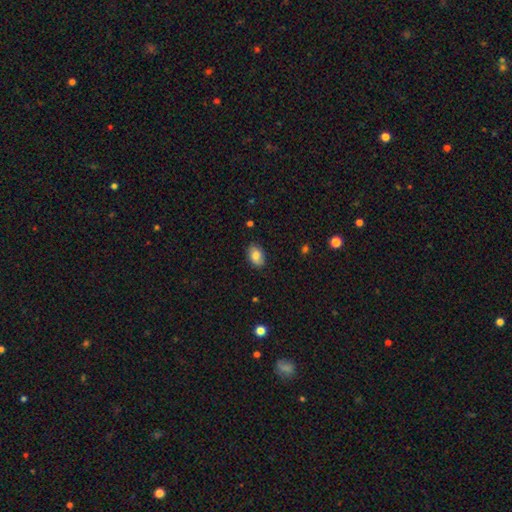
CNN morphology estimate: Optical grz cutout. It shows a smooth galaxy with no disk features (79%) that is in between round and cigar-shaped (86%). Merging: none (81%).